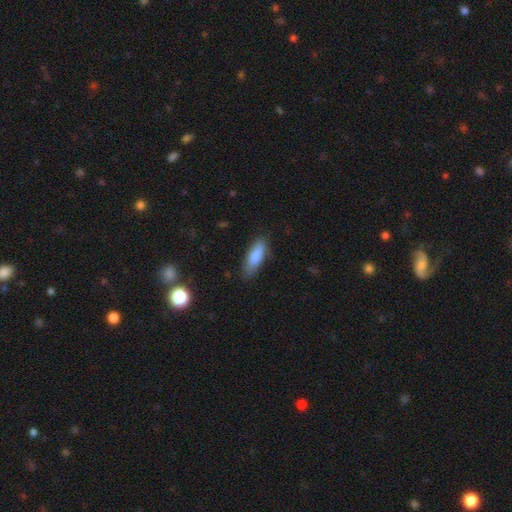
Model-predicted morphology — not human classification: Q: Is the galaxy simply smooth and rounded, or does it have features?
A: smooth — 85%.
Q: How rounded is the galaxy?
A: in between — 61%.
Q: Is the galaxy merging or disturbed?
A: none — 78%.